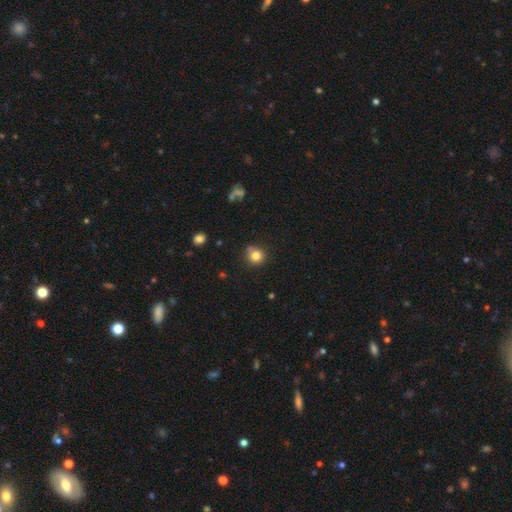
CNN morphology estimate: The model was most divided on "merging": none: 73%, minor disturbance: 16%, merger: 7%, major disturbance: 4%. More confident: how rounded — round (90%); smooth or featured — smooth (81%).